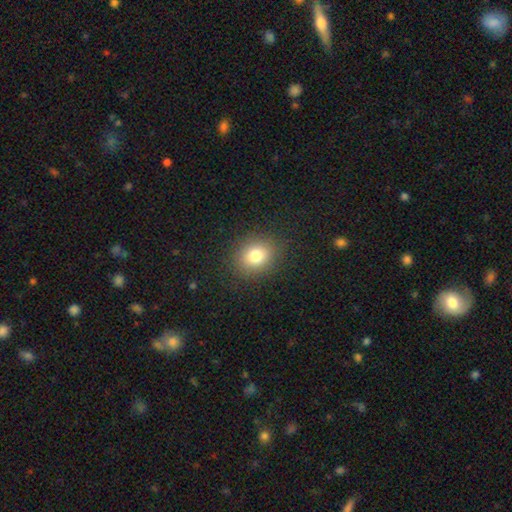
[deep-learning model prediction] smooth-or-featured: smooth: 78% | star or artifact: 13% | featured or disk: 9%
  how-rounded: round: 65% | in between: 34% | cigar-shaped: 1%
  merging: none: 87% | minor disturbance: 8% | major disturbance: 3% | merger: 1%